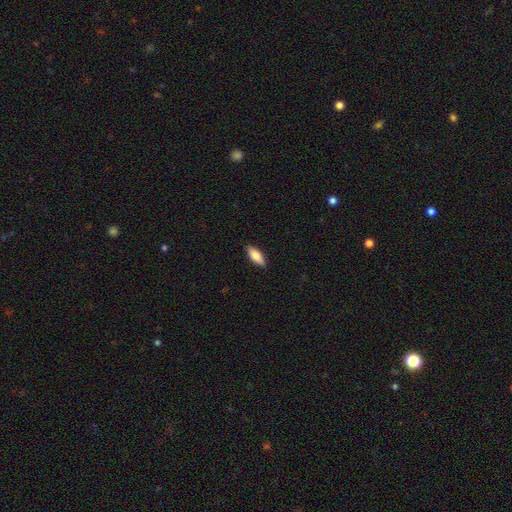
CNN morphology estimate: This is clearly a smooth galaxy (83%). How rounded: likely in between (75%). Merging: clearly none (88%).